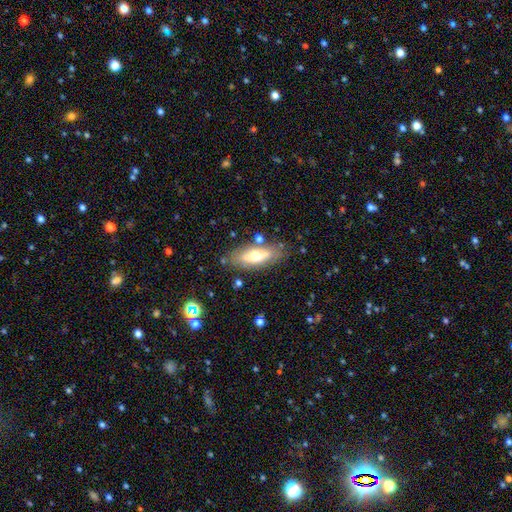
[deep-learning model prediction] smooth-or-featured: smooth: 52% | featured or disk: 41% | star or artifact: 7%
  how-rounded: in between: 74% | cigar-shaped: 23% | round: 3%
  merging: none: 75% | minor disturbance: 15% | merger: 5% | major disturbance: 5%